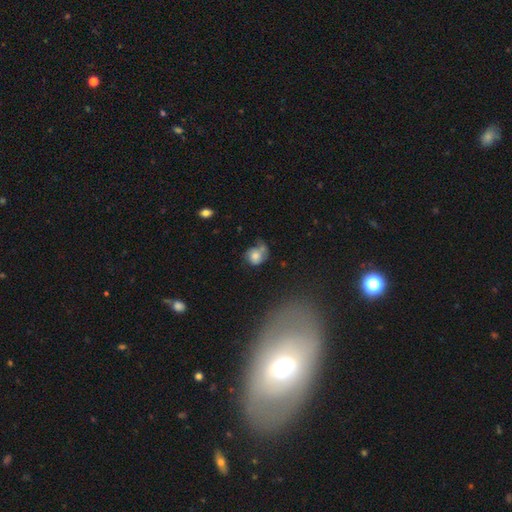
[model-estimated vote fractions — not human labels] The model was most divided on "merging": none: 35%, minor disturbance: 27%, major disturbance: 22%, merger: 16%. More confident: how rounded — round (66%); smooth or featured — smooth (52%).